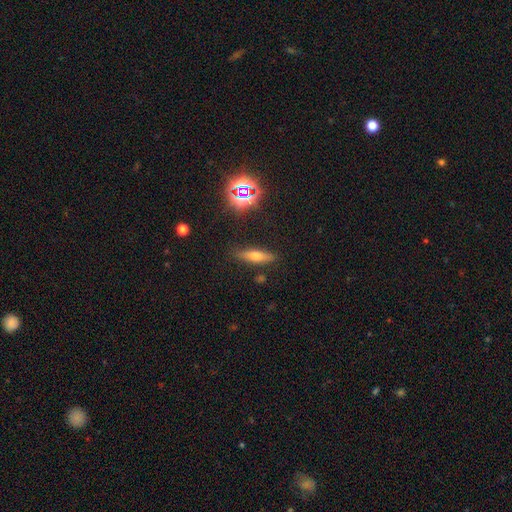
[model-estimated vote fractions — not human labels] A smooth galaxy with no disk features (52%) that is cigar-shaped (64%). Merging: none (84%).